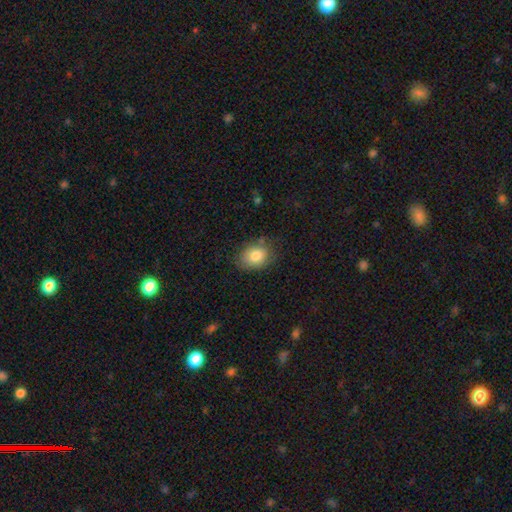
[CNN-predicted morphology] Q: Smooth or featured?
A: smooth (81%); runner-up: featured or disk (11%)
Q: How rounded?
A: in between (68%); runner-up: round (31%)
Q: Merging?
A: none (73%); runner-up: minor disturbance (20%)